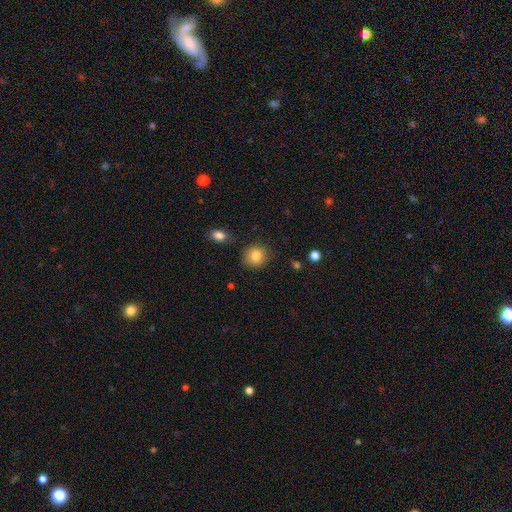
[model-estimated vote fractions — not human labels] Overall: smooth (84%). How rounded: round (83%). Merging: none (85%).